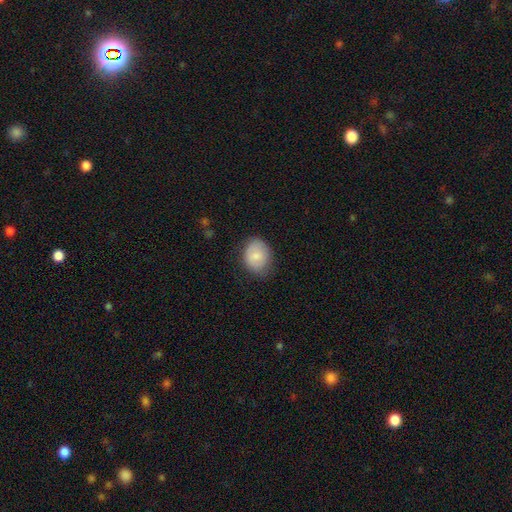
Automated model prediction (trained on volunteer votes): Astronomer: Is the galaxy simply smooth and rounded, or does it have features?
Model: smooth — 81%.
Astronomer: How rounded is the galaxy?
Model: in between — 53% (runner-up: round, 47%).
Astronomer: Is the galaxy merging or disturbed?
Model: none — 70%.